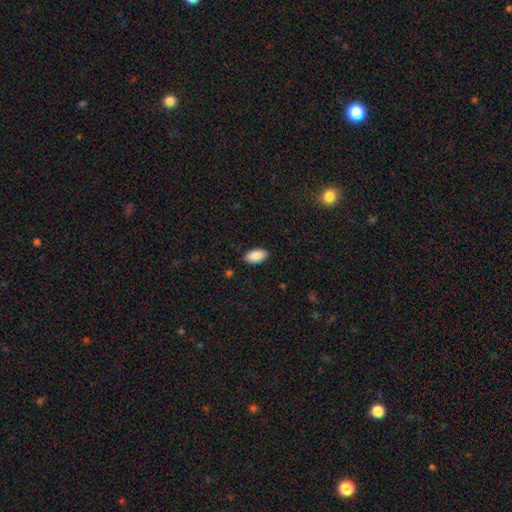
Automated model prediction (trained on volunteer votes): A smooth galaxy with no disk features (90%) that is in between round and cigar-shaped (95%).

Vote fractions:
- Smooth or featured? smooth: 90% / star or artifact: 6% / featured or disk: 3%
- How rounded? in between: 95% / round: 3% / cigar-shaped: 2%
- Merging? none: 89% / minor disturbance: 8% / major disturbance: 2% / merger: 1%